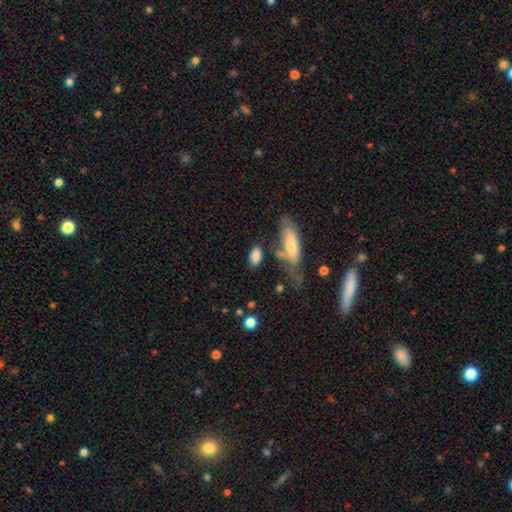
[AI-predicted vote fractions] smooth_or_featured: smooth (p=0.83) [alt: featured or disk p=0.11]
how_rounded: in between (p=0.84) [alt: cigar-shaped p=0.11]
merging: none (p=0.58) [alt: merger p=0.18]